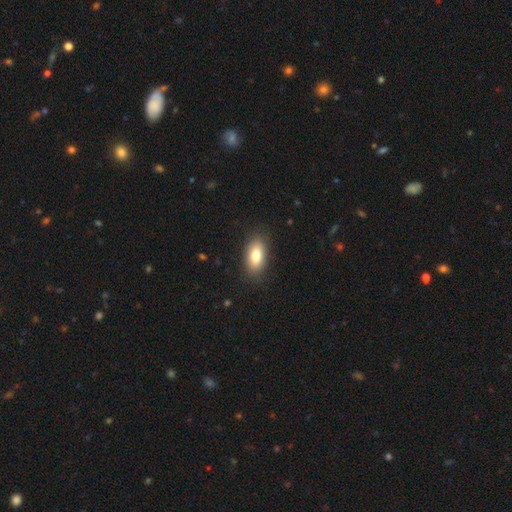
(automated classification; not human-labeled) Smooth or featured? Predicted: smooth (p=0.82). How rounded? Predicted: in between (p=0.90). Merging? Predicted: none (p=0.86).